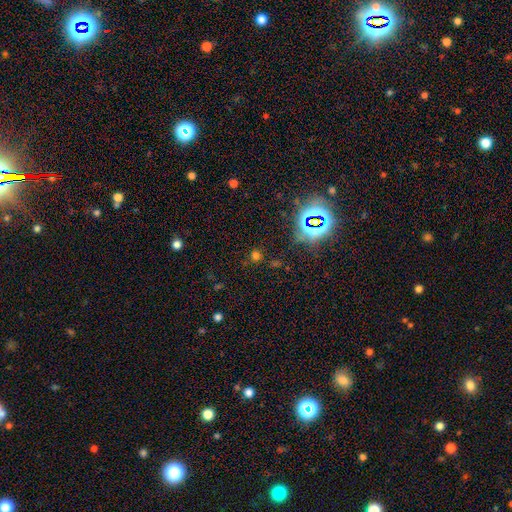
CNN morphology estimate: This appears to be a smooth galaxy with no disk features (51%) that is round (87%). Merging: none (82%).